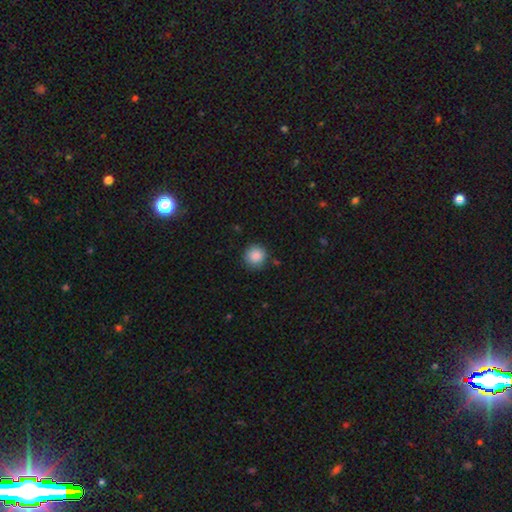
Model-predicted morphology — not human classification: A smooth galaxy with no disk features (88%) that is round (93%). Merging: none (86%).